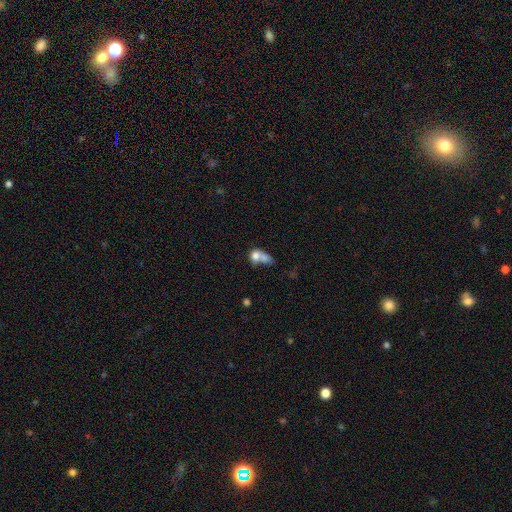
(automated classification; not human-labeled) Smooth or featured? Predicted: smooth (p=0.71). How rounded? Predicted: in between (p=0.51). Merging? Predicted: merger (p=0.64).